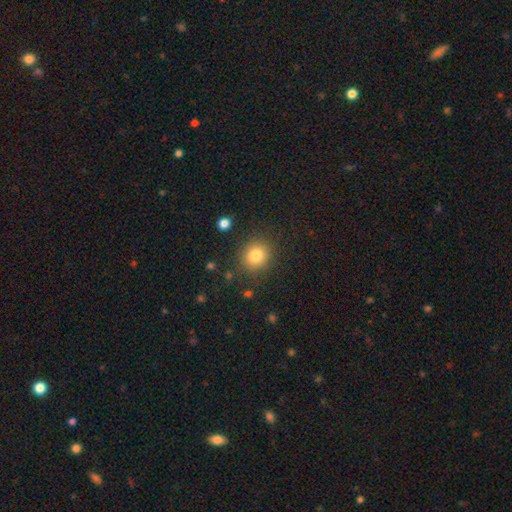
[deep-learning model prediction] Smooth or featured: smooth — 81% (star or artifact — 11%)
How rounded: round — 82% (in between — 17%)
Merging: none — 86% (minor disturbance — 8%)